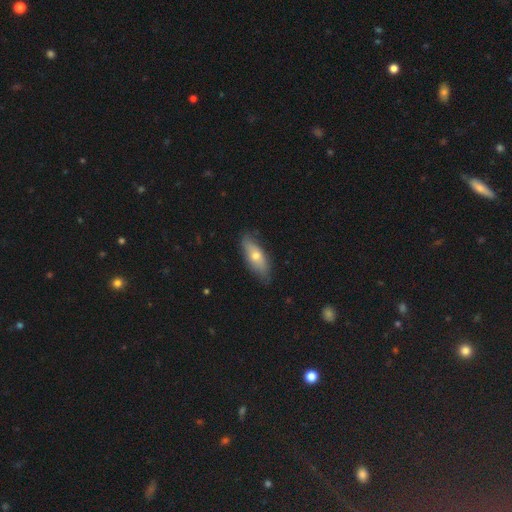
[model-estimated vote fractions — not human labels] Smooth or featured?
  - smooth: 61% *
  - featured or disk: 33%
  - star or artifact: 6%
How rounded?
  - in between: 70% *
  - cigar-shaped: 27%
  - round: 3%
Merging?
  - none: 75% *
  - minor disturbance: 20%
  - major disturbance: 3%
  - merger: 1%